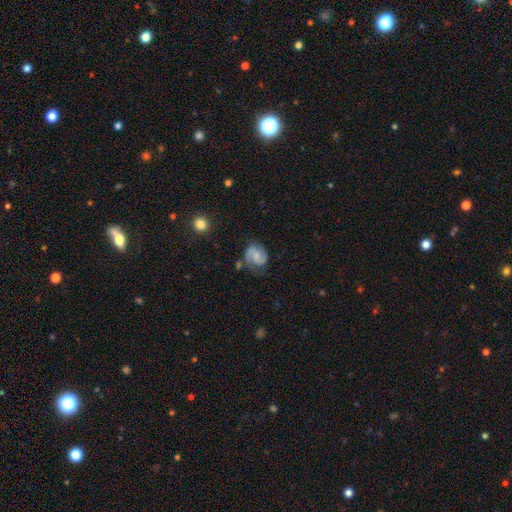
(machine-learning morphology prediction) Smooth or featured?
  - featured or disk: 79% *
  - smooth: 14%
  - star or artifact: 6%
Edge-on disk?
  - no: 98% *
  - yes: 2%
Bar?
  - weak: 45% * (tied)
  - no: 45% * (tied)
  - strong: 9%
Spiral arms?
  - yes: 96% *
  - no: 4%
Spiral winding?
  - medium: 52% *
  - tight: 32%
  - loose: 17%
Spiral arm count?
  - 2: 89% *
  - can't tell: 4%
  - 1: 3%
  - 3: 2%
  - 4: 1%
  - more than 4: 1%
Bulge size?
  - small: 38% *
  - moderate: 37%
  - none: 20%
  - large: 4%
  - dominant: 1%
Merging?
  - none: 69% *
  - minor disturbance: 20%
  - major disturbance: 7%
  - merger: 4%